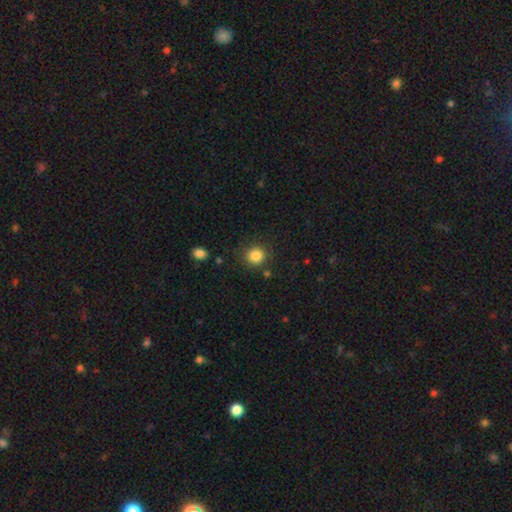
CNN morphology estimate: This is clearly a smooth galaxy (84%). How rounded: clearly round (91%). Merging: clearly none (86%).